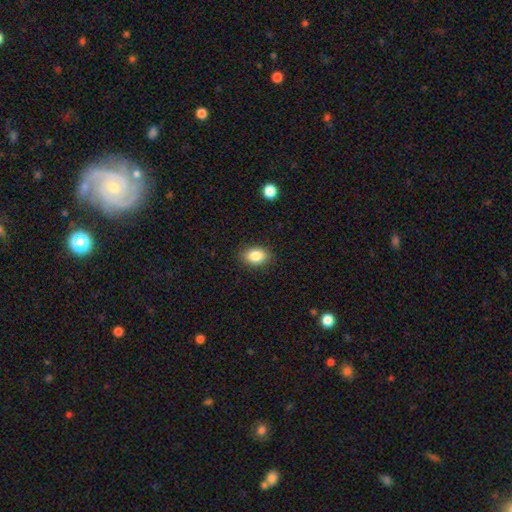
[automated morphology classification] Smooth or featured?
  - smooth: 86% *
  - star or artifact: 8%
  - featured or disk: 6%
How rounded?
  - in between: 80% *
  - round: 19%
  - cigar-shaped: 1%
Merging?
  - none: 87% *
  - minor disturbance: 10%
  - major disturbance: 3%
  - merger: 1%